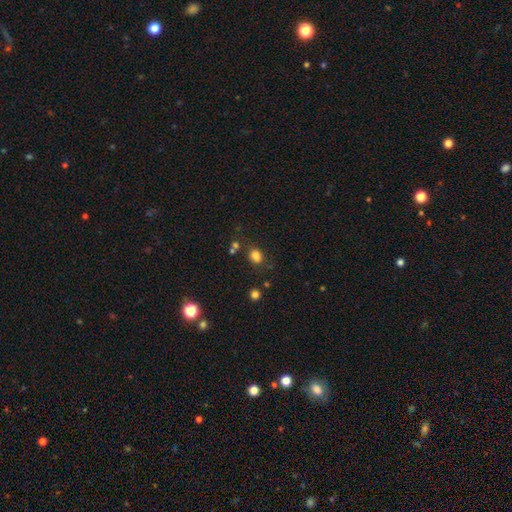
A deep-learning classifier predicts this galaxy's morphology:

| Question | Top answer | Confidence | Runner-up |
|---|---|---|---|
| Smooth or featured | smooth | 79% | star or artifact (16%) |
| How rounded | round | 56% | in between (43%) |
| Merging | none | 72% | minor disturbance (14%) |